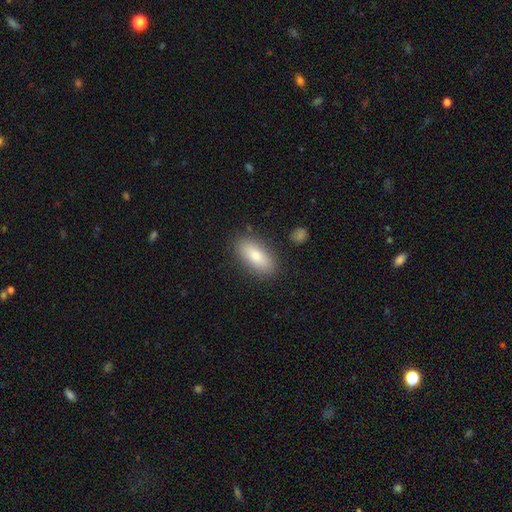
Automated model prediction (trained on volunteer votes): Morphology: type=smooth (81%); roundness=in between (82%); merging=none (85%).